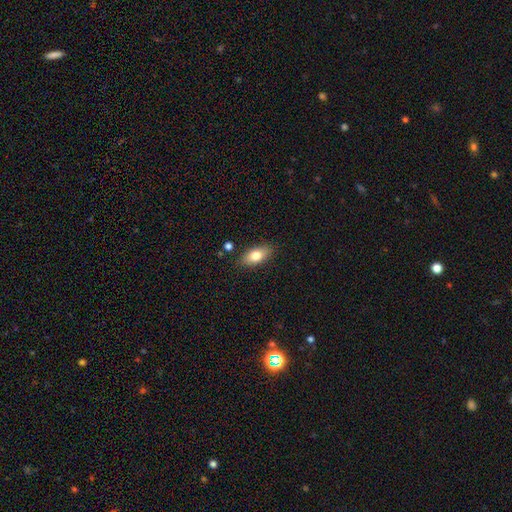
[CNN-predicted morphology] Overall: smooth (76%). How rounded: in between (85%). Merging: none (84%).